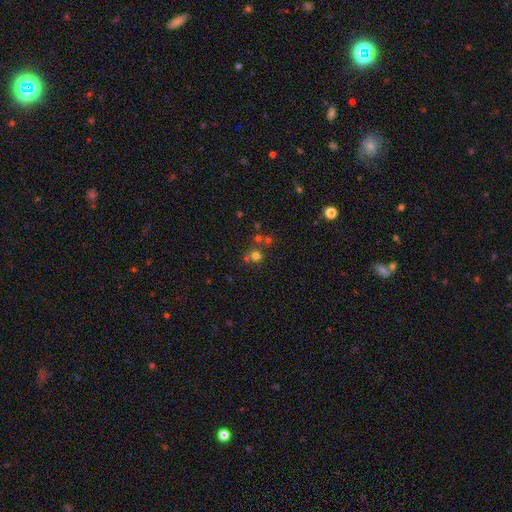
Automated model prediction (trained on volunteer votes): The model was most divided on "smooth or featured": smooth: 63%, star or artifact: 25%, featured or disk: 12%. More confident: how rounded — round (91%); merging — none (64%).